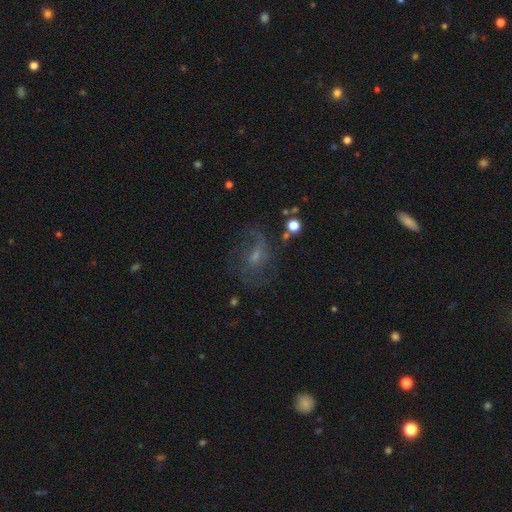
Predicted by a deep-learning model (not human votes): Q: Smooth or featured?
A: featured or disk (65%); runner-up: star or artifact (18%)
Q: Edge-on disk?
A: no (96%); runner-up: yes (4%)
Q: Bar?
A: weak (46%); runner-up: no (45%)
Q: Spiral arms?
A: yes (85%); runner-up: no (15%)
Q: Spiral winding?
A: medium (43%); runner-up: loose (41%)
Q: Spiral arm count?
A: 2 (49%); runner-up: can't tell (26%)
Q: Bulge size?
A: small (55%); runner-up: moderate (33%)
Q: Merging?
A: none (61%); runner-up: major disturbance (18%)